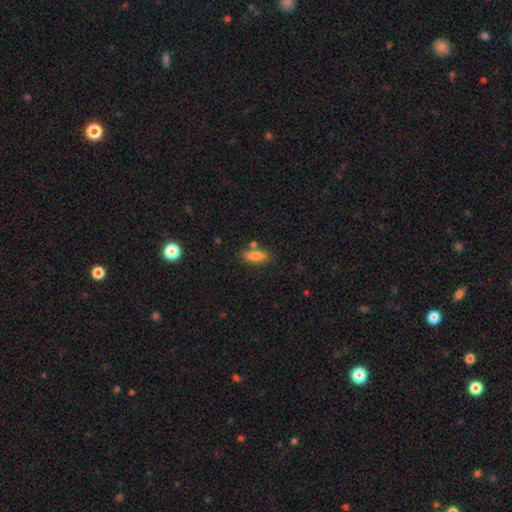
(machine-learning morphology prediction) This appears to be a smooth galaxy with no disk features (82%) that is in between round and cigar-shaped (68%). Merging: none (75%).